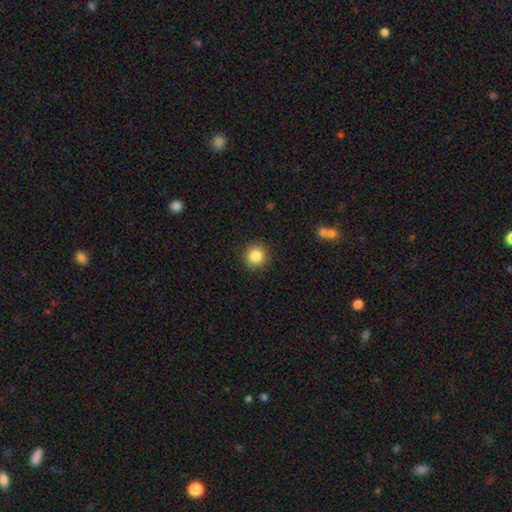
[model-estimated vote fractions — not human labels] Smooth or featured?
  - smooth: 85% *
  - star or artifact: 10%
  - featured or disk: 5%
How rounded?
  - round: 93% *
  - in between: 6%
  - cigar-shaped: 1%
Merging?
  - none: 91% *
  - minor disturbance: 6%
  - major disturbance: 2%
  - merger: 1%